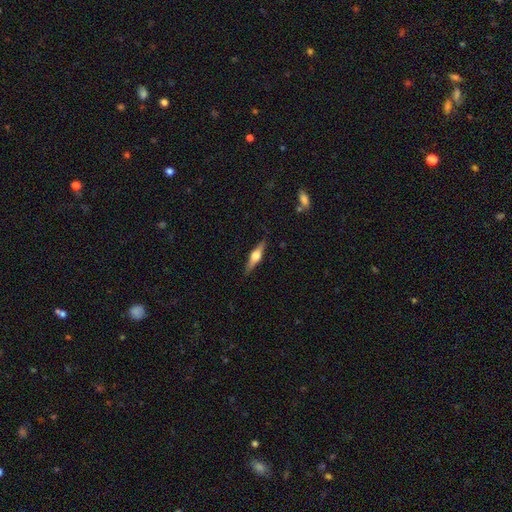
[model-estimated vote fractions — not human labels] Q: Smooth or featured?
A: featured or disk (67%); runner-up: smooth (27%)
Q: Edge-on disk?
A: yes (97%); runner-up: no (3%)
Q: Edge-on bulge?
A: rounded (93%); runner-up: boxy (5%)
Q: Merging?
A: none (87%); runner-up: minor disturbance (9%)